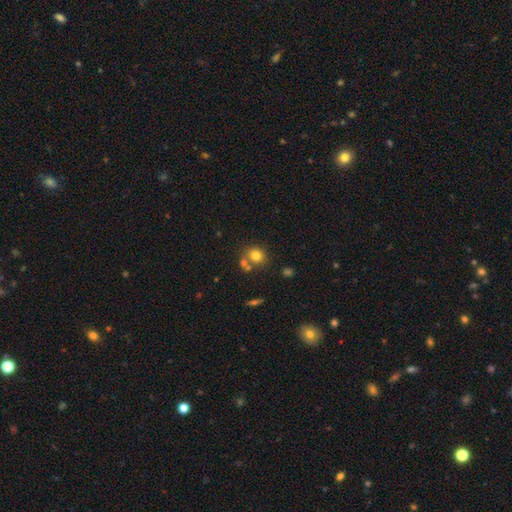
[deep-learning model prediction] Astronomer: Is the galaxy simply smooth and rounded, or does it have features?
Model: smooth — 77%.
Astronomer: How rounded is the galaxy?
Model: round — 80%.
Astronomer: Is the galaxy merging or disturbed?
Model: none — 61%.